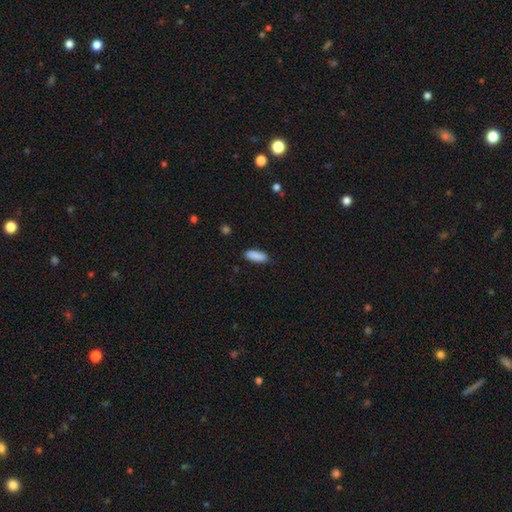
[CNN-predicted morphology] Smooth or featured? Predicted: smooth (p=0.89). How rounded? Predicted: in between (p=0.55). Merging? Predicted: none (p=0.85).